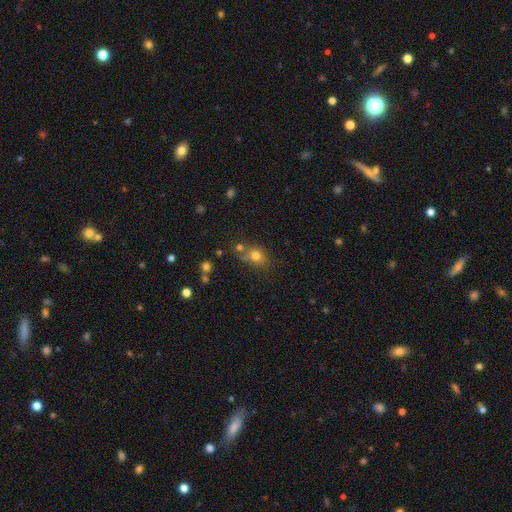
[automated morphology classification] The model was most divided on "how rounded": round: 53%, in between: 45%, cigar-shaped: 2%. More confident: smooth or featured — smooth (74%); merging — none (56%).